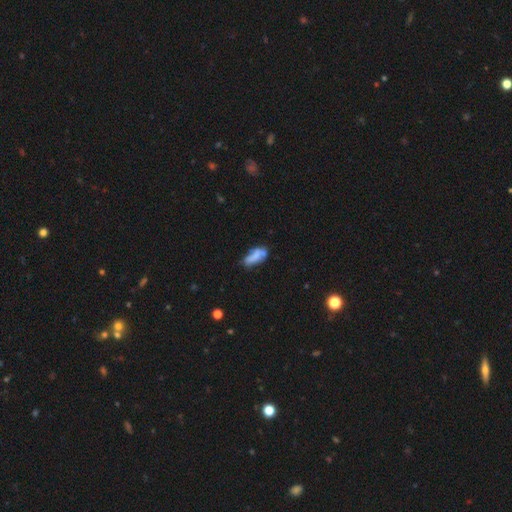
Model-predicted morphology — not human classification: The model was most divided on "merging": none: 44%, minor disturbance: 29%, major disturbance: 14%, merger: 13%. More confident: how rounded — in between (72%); smooth or featured — smooth (64%).